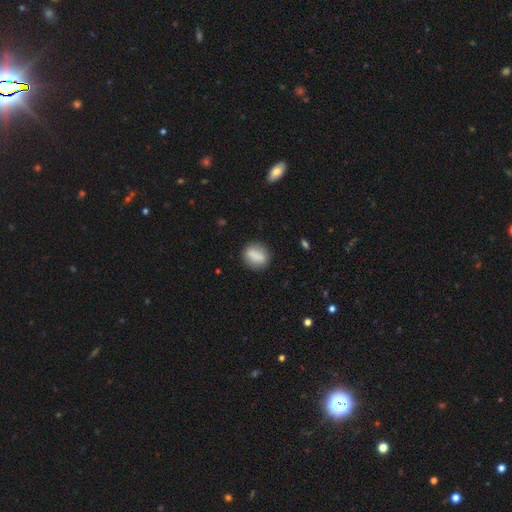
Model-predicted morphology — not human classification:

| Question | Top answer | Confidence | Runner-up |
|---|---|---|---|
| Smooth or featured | smooth | 79% | featured or disk (13%) |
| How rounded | in between | 49% | round (45%) |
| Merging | none | 84% | minor disturbance (11%) |